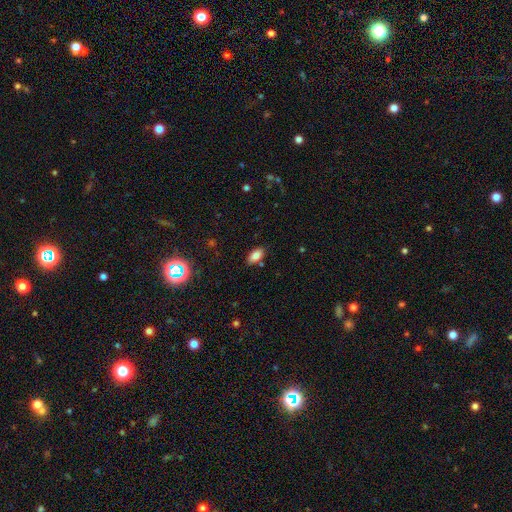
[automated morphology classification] Overall: smooth (82%). How rounded: in between (92%). Merging: none (83%).